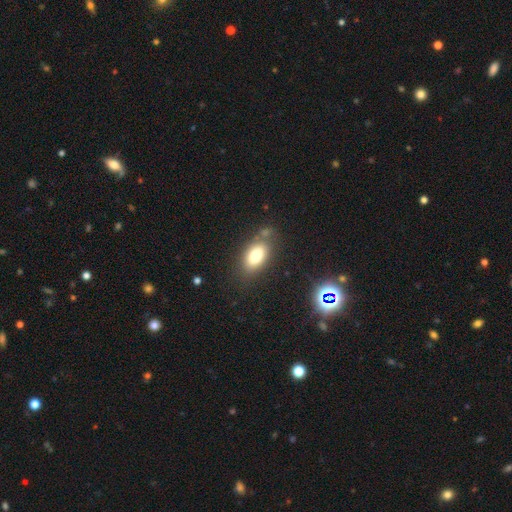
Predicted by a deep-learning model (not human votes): A smooth galaxy with no disk features (77%) that is in between round and cigar-shaped (89%). Merging: none (73%).